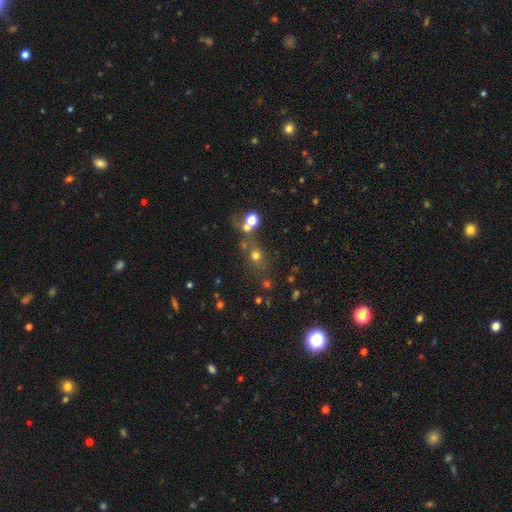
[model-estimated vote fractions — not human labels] Smooth or featured? Predicted: smooth (p=0.63). How rounded? Predicted: round (p=0.81). Merging? Predicted: none (p=0.60).